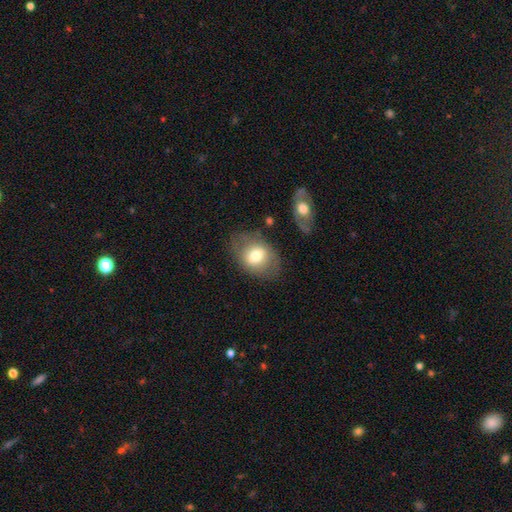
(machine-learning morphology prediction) Smooth or featured? Predicted: smooth (p=0.65). How rounded? Predicted: in between (p=0.68). Merging? Predicted: none (p=0.71).